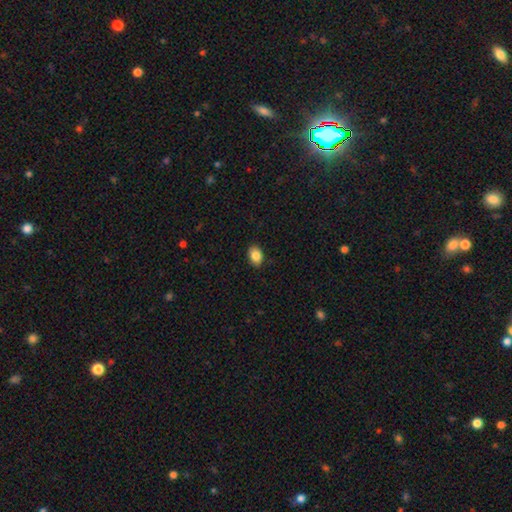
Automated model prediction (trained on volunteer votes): The model was most divided on "how rounded": in between: 79%, round: 20%, cigar-shaped: 1%. More confident: merging — none (88%); smooth or featured — smooth (86%).